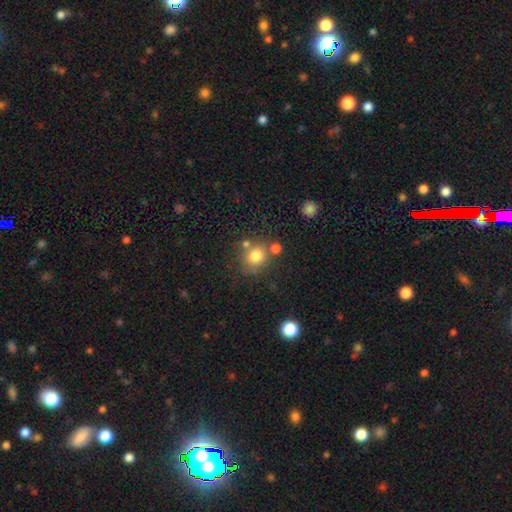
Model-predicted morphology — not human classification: This appears to be a smooth galaxy with no disk features (77%) that is round (80%). Merging: none (65%).